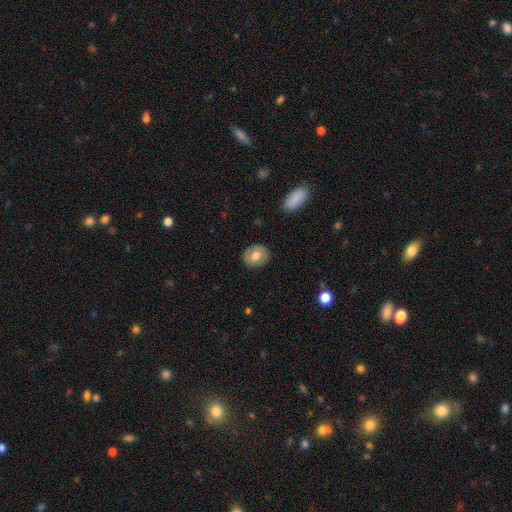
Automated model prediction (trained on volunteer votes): Smooth or featured? smooth (73%)
How rounded? round (72%)
Merging? none (88%)